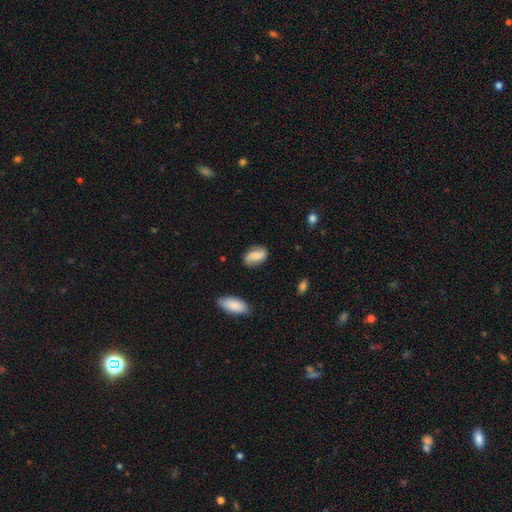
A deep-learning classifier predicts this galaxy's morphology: A smooth galaxy with no disk features (57%) that is in between round and cigar-shaped (88%). Merging: none (78%).